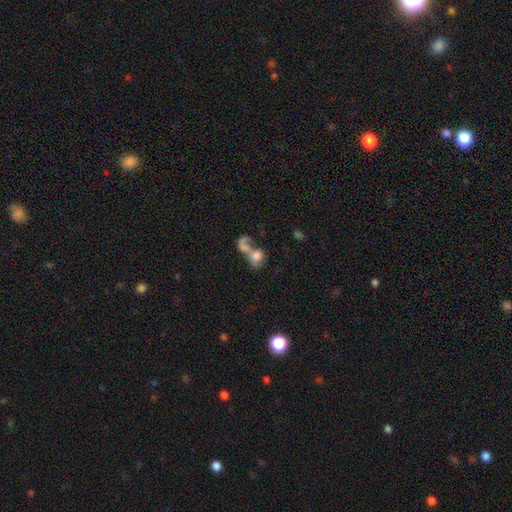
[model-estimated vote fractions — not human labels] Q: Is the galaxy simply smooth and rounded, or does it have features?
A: smooth — 63%.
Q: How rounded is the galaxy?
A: in between — 54%.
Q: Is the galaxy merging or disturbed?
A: merger — 69%.